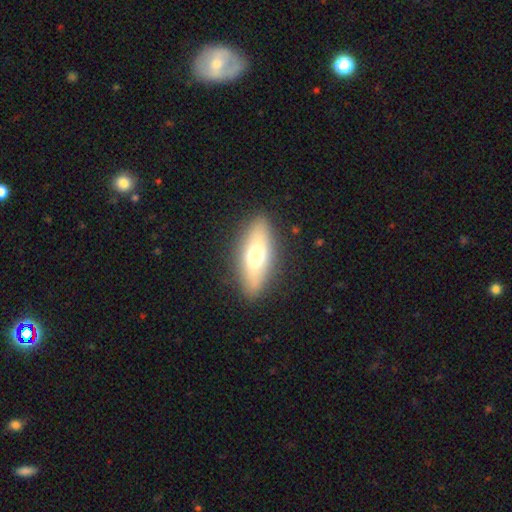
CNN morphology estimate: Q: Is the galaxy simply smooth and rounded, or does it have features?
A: smooth — 59%.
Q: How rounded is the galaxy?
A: in between — 62%.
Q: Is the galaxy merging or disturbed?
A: none — 88%.